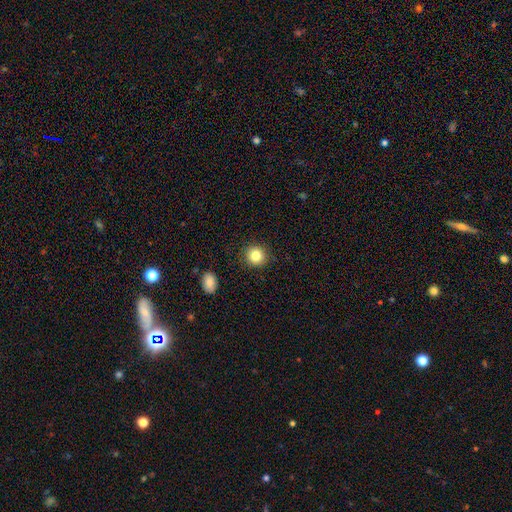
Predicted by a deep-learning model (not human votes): Overall: smooth (83%). How rounded: round (90%). Merging: none (89%).